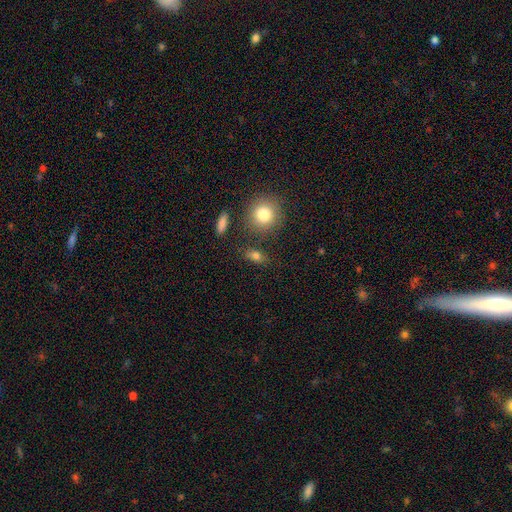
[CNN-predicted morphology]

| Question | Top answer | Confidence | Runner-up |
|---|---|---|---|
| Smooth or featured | smooth | 79% | star or artifact (12%) |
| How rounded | in between | 66% | round (25%) |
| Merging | none | 76% | minor disturbance (13%) |